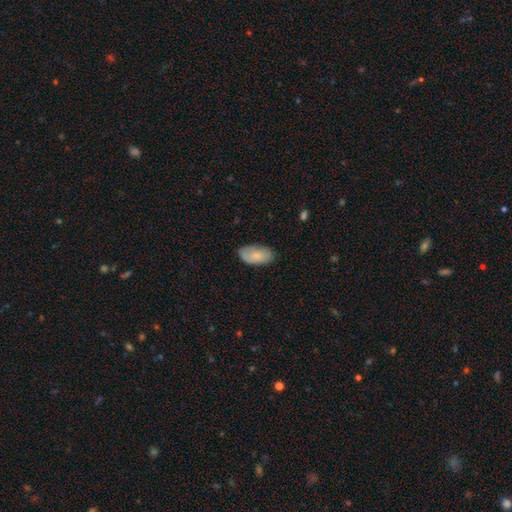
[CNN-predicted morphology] Overall: smooth (78%). How rounded: in between (94%). Merging: none (74%).